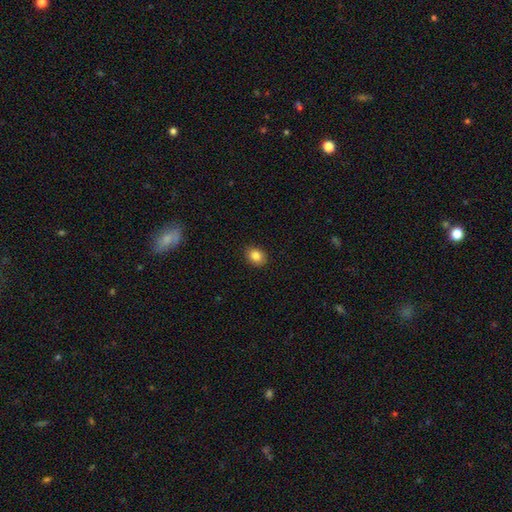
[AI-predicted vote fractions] Morphology: type=smooth (84%); roundness=in between (57%); merging=none (90%).